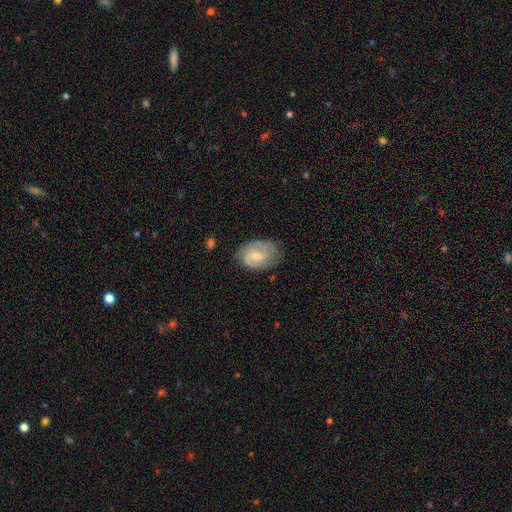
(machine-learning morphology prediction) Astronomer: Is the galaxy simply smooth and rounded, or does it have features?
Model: featured or disk — 65%.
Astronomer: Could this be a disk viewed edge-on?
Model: no — 97%.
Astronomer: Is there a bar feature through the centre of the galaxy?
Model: no — 55% (runner-up: weak, 40%).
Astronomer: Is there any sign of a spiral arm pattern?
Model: yes — 91%.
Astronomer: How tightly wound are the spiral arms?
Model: medium — 44% (runner-up: tight, 40%).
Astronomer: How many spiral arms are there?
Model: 2 — 63%.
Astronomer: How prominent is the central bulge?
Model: small — 56% (runner-up: moderate, 38%).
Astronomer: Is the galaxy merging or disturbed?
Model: none — 71%.